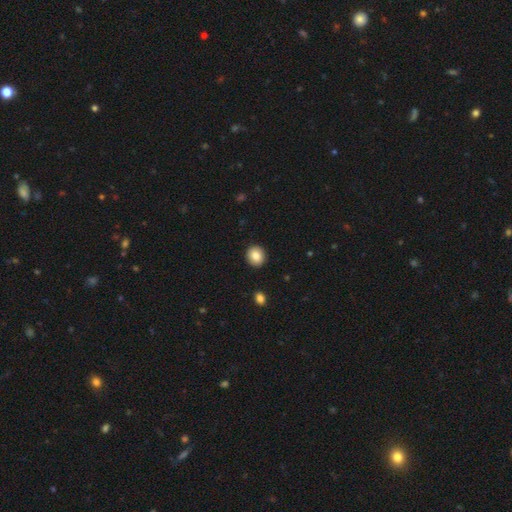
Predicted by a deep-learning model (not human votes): Smooth or featured? Predicted: smooth (p=0.85). How rounded? Predicted: round (p=0.87). Merging? Predicted: none (p=0.93).